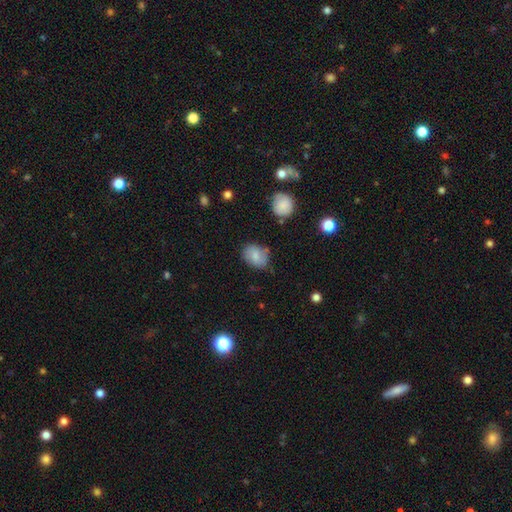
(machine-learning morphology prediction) smooth_or_featured: smooth (p=0.77) [alt: featured or disk p=0.15]
how_rounded: in between (p=0.63) [alt: round p=0.36]
merging: none (p=0.72) [alt: minor disturbance p=0.20]